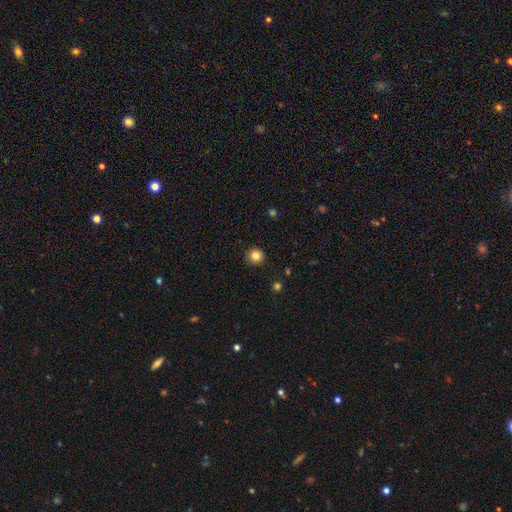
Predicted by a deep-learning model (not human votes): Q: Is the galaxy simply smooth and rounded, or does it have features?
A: smooth — 84%.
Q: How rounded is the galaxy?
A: round — 94%.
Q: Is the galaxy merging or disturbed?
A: none — 91%.